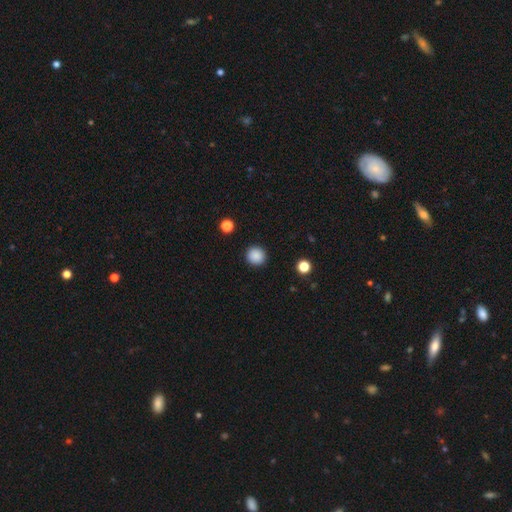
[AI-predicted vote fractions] Smooth or featured?
  - smooth: 88% *
  - star or artifact: 10%
  - featured or disk: 3%
How rounded?
  - round: 93% *
  - in between: 6%
  - cigar-shaped: 1%
Merging?
  - none: 92% *
  - minor disturbance: 5%
  - major disturbance: 2%
  - merger: 1%